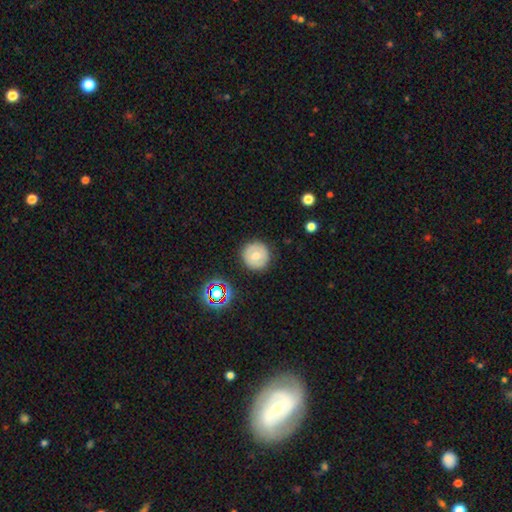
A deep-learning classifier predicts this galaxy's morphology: Q: Smooth or featured?
A: smooth (65%); runner-up: featured or disk (25%)
Q: How rounded?
A: round (95%); runner-up: in between (4%)
Q: Merging?
A: none (89%); runner-up: minor disturbance (8%)